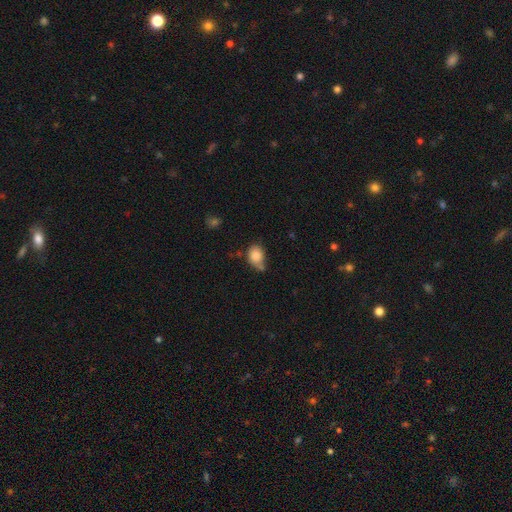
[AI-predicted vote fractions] Smooth or featured? smooth (83%)
How rounded? in between (53%)
Merging? none (51%)